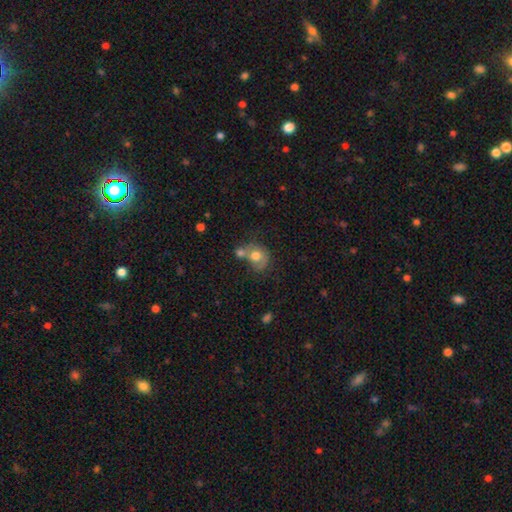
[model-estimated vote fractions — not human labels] smooth 66%, featured or disk 24%, star or artifact 9%. Down the decision tree: how rounded — round (62%); merging — merger (44%).